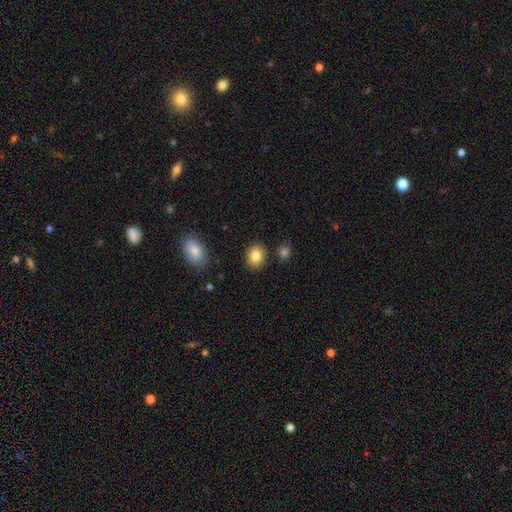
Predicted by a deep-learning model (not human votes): Morphology: type=smooth (84%); roundness=round (53%); merging=none (86%).